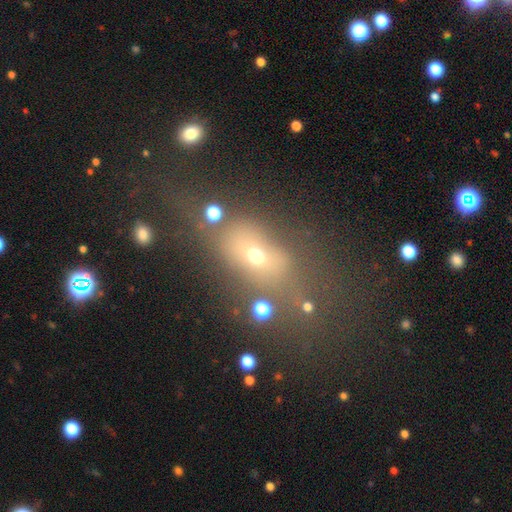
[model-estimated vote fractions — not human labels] smooth-or-featured: smooth: 53% | star or artifact: 27% | featured or disk: 20%
  how-rounded: in between: 64% | round: 28% | cigar-shaped: 9%
  merging: none: 52% | major disturbance: 20% | minor disturbance: 18% | merger: 10%